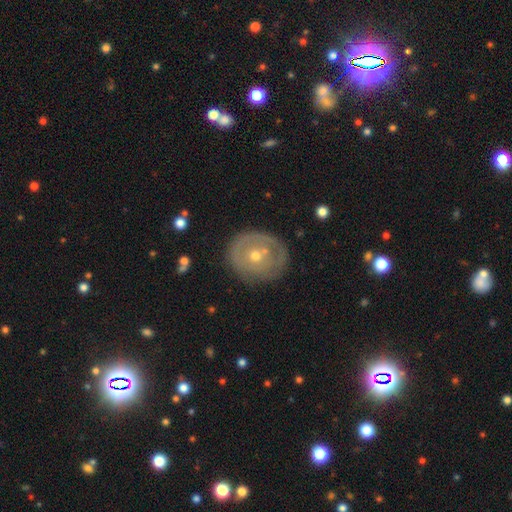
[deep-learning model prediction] This is possibly a featured or disk galaxy (58%). It is clearly not viewed edge-on (95%). Bar: clearly no (87%). Spiral arm pattern: likely no (67%). Central bulge: possibly moderate (49%). Merging: likely none (73%).